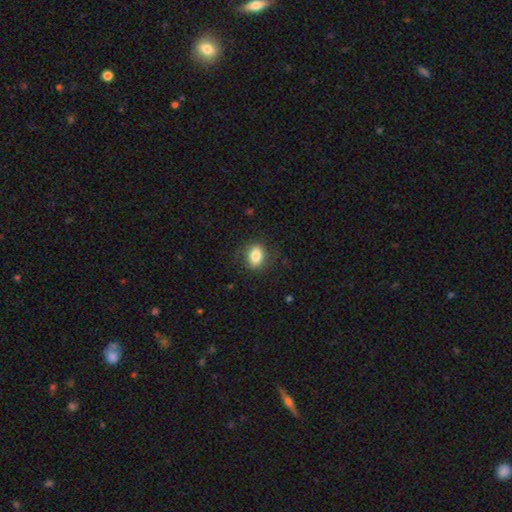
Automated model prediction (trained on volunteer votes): Q: Smooth or featured?
A: smooth (79%); runner-up: featured or disk (13%)
Q: How rounded?
A: in between (73%); runner-up: round (25%)
Q: Merging?
A: none (80%); runner-up: minor disturbance (14%)